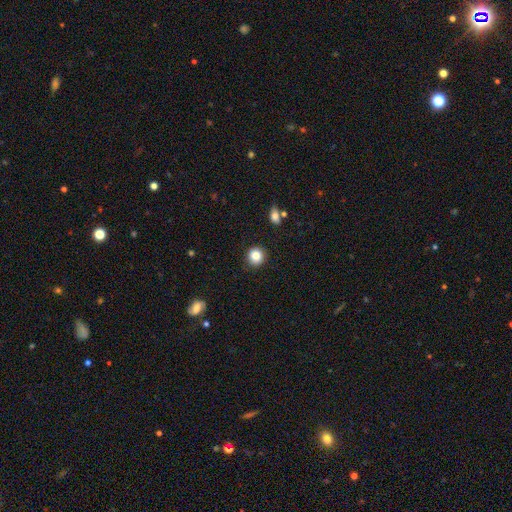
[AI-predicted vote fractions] Smooth or featured? smooth (85%)
How rounded? round (91%)
Merging? none (90%)